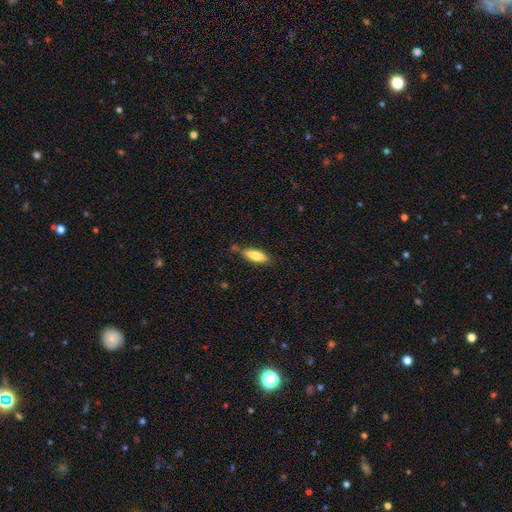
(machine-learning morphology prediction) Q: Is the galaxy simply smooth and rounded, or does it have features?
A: smooth — 77%.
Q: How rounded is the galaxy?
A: in between — 54%.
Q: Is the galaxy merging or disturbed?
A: none — 74%.